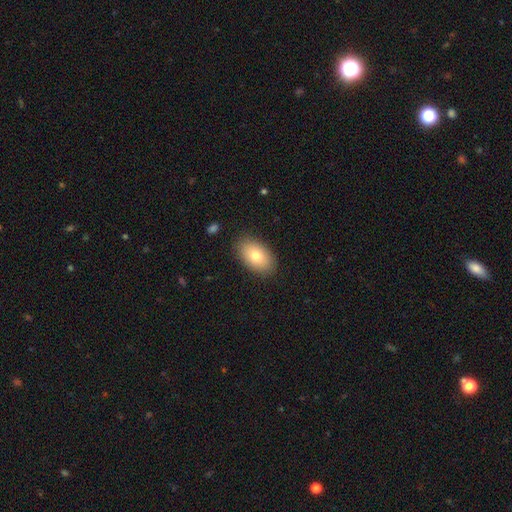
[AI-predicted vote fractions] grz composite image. It shows a smooth galaxy with no disk features (78%) that is in between round and cigar-shaped (92%). Merging: none (87%).